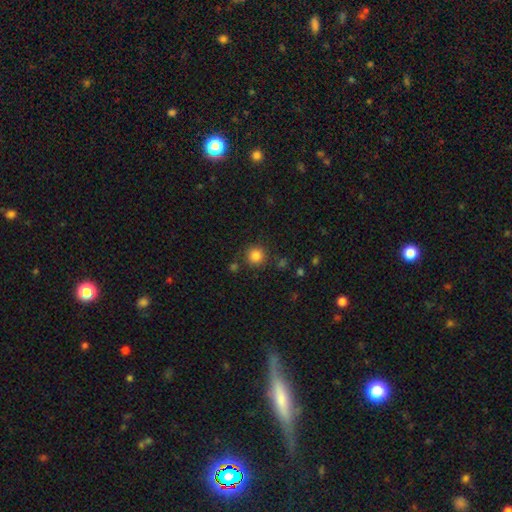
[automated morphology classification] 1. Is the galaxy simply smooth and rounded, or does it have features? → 84% smooth, 11% star or artifact, 5% featured or disk.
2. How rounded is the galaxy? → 94% round, 5% in between, 1% cigar-shaped.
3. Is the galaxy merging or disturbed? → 84% none, 8% minor disturbance, 4% merger, 3% major disturbance.